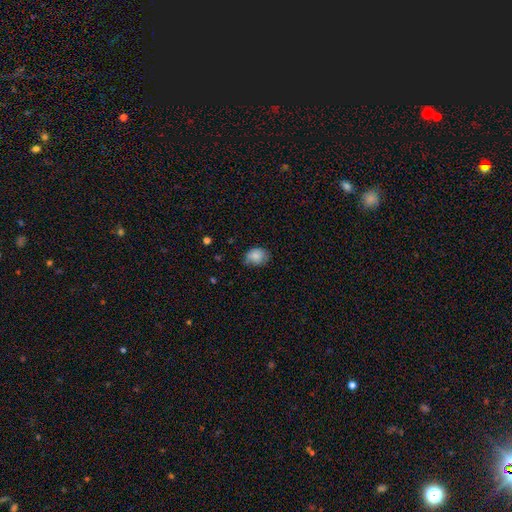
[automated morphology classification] The model was most divided on "how rounded": in between: 57%, round: 42%, cigar-shaped: 1%. More confident: smooth or featured — smooth (84%); merging — none (62%).